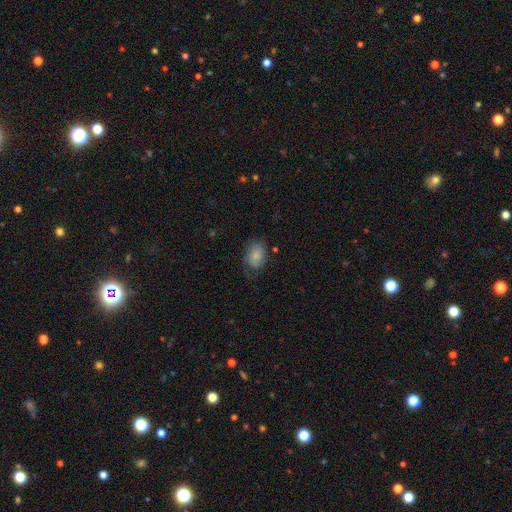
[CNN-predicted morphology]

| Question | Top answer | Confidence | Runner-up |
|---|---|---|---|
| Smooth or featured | smooth | 82% | featured or disk (10%) |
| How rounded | in between | 81% | round (17%) |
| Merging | none | 59% | minor disturbance (27%) |